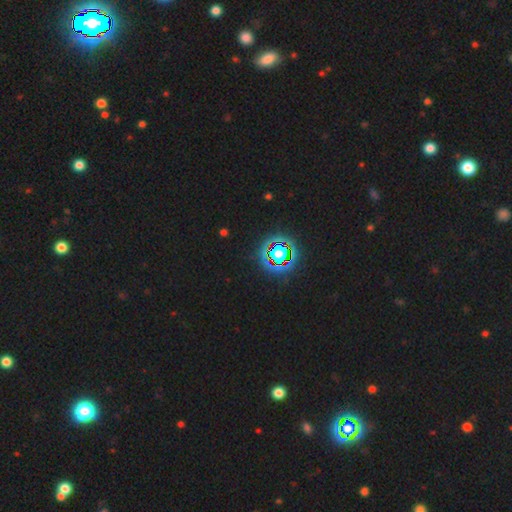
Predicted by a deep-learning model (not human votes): Smooth or featured? Predicted: star or artifact (p=0.78).